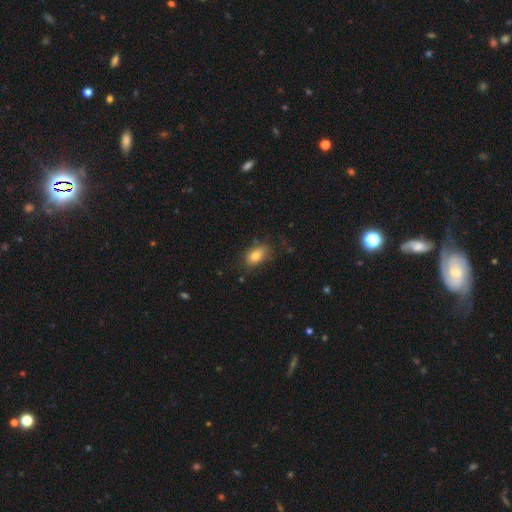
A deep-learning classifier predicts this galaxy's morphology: Smooth or featured?
  - smooth: 80% *
  - featured or disk: 11%
  - star or artifact: 8%
How rounded?
  - in between: 88% *
  - round: 9%
  - cigar-shaped: 3%
Merging?
  - none: 74% *
  - minor disturbance: 20%
  - major disturbance: 5%
  - merger: 2%